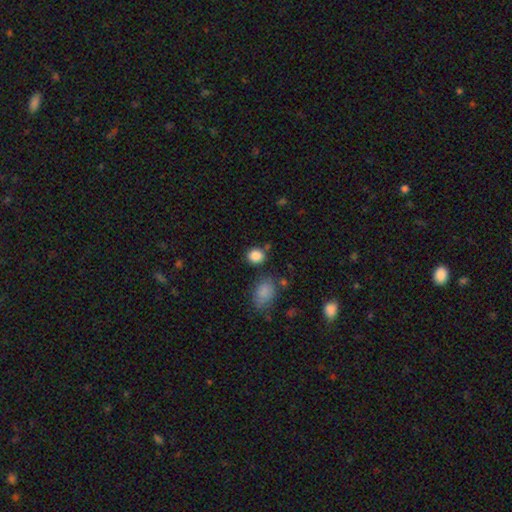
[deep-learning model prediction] This is clearly a smooth galaxy (86%). How rounded: likely round (66%). Merging: likely none (74%).